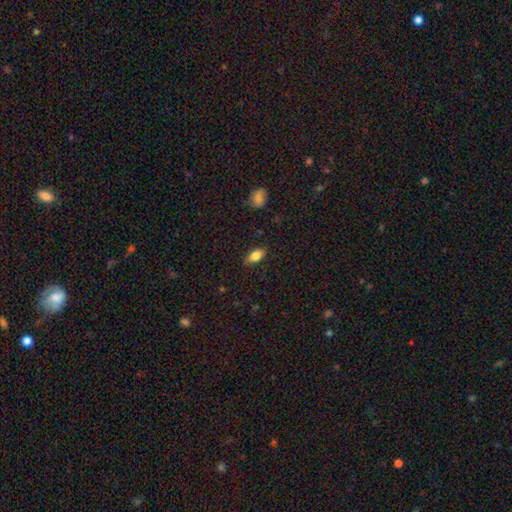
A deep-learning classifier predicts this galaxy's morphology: Smooth or featured: smooth — 80% (featured or disk — 12%)
How rounded: in between — 87% (cigar-shaped — 8%)
Merging: none — 86% (minor disturbance — 10%)